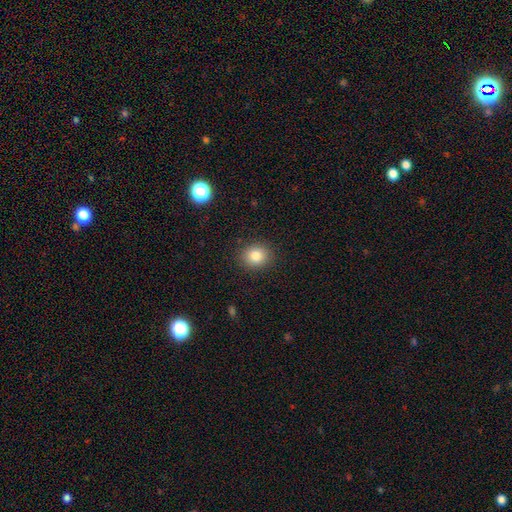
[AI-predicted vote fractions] Overall: smooth (83%). How rounded: round (76%). Merging: none (90%).